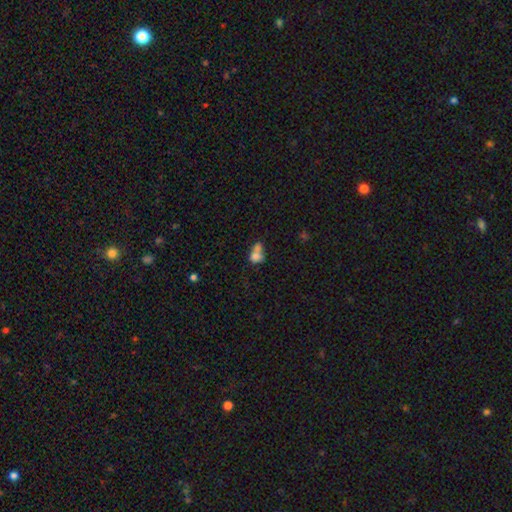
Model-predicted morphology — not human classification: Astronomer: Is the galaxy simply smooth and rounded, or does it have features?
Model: smooth — 71%.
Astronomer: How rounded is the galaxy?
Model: in between — 55% (runner-up: round, 44%).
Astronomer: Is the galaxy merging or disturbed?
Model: merger — 63%.